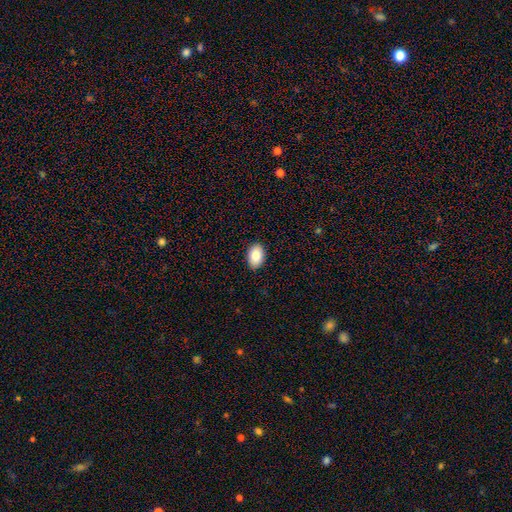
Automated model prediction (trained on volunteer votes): Smooth or featured? smooth (83%)
How rounded? in between (84%)
Merging? none (90%)